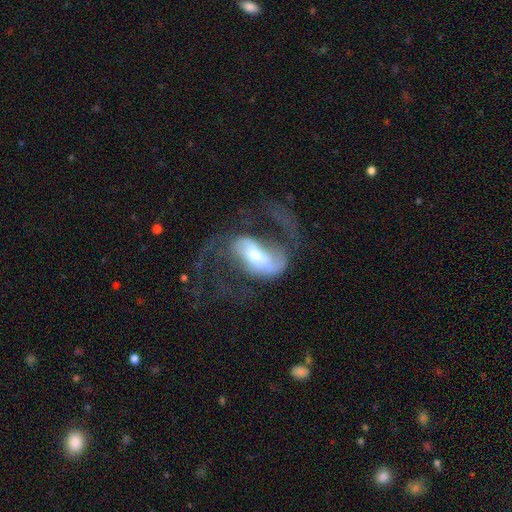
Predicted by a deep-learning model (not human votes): Smooth or featured? featured or disk (78%)
Edge-on disk? no (94%)
Bar? strong (43%)
Spiral arms? yes (88%)
Spiral winding? loose (63%)
Spiral arm count? 2 (81%)
Bulge size? moderate (51%)
Merging? major disturbance (44%)